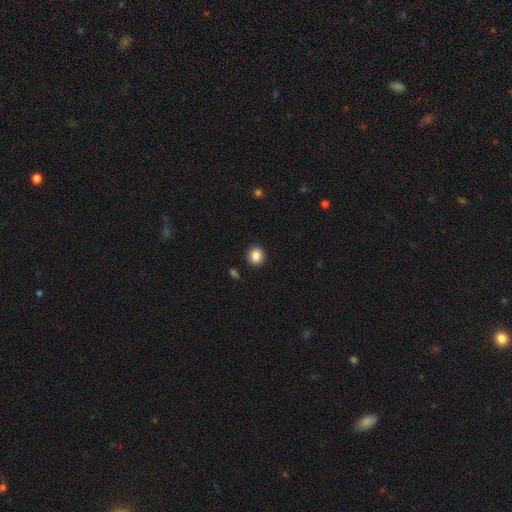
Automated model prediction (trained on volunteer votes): smooth-or-featured: smooth: 86% | star or artifact: 9% | featured or disk: 5%
  how-rounded: round: 82% | in between: 17% | cigar-shaped: 1%
  merging: none: 91% | minor disturbance: 6% | major disturbance: 2% | merger: 1%